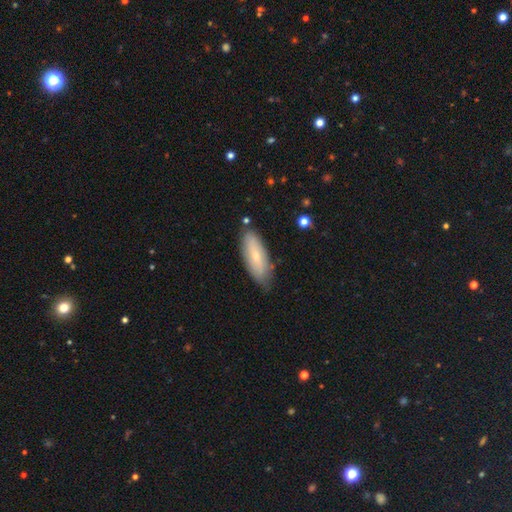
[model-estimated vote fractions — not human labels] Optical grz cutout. It shows a smooth galaxy with no disk features (62%) that is in between round and cigar-shaped (70%). Merging: none (75%).